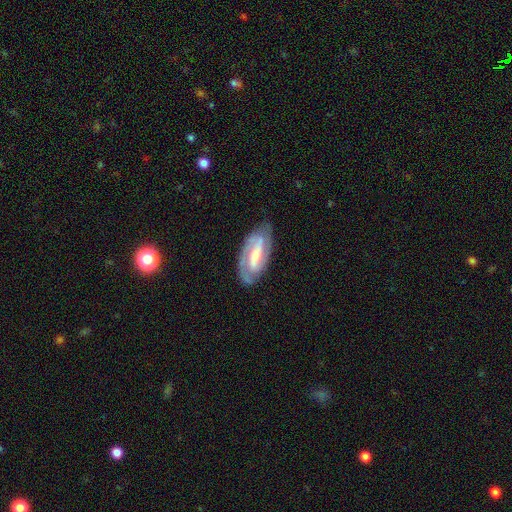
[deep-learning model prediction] Smooth or featured?
  - featured or disk: 84% *
  - smooth: 12%
  - star or artifact: 5%
Edge-on disk?
  - no: 94% *
  - yes: 6%
Bar?
  - strong: 45% *
  - weak: 36%
  - no: 19%
Spiral arms?
  - yes: 93% *
  - no: 7%
Spiral winding?
  - tight: 47% *
  - medium: 41%
  - loose: 12%
Spiral arm count?
  - 2: 82% *
  - can't tell: 9%
  - 3: 3%
  - 1: 3%
  - 4: 1%
  - more than 4: 1%
Bulge size?
  - small: 49% *
  - moderate: 44%
  - large: 4%
  - none: 2%
  - dominant: 1%
Merging?
  - none: 78% *
  - minor disturbance: 16%
  - major disturbance: 5%
  - merger: 1%